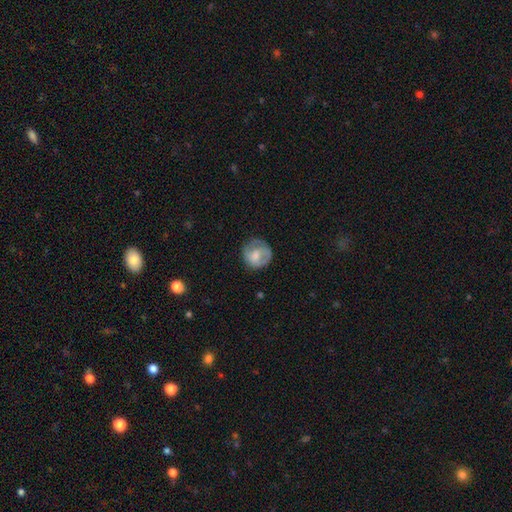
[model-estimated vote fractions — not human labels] Smooth or featured? Predicted: smooth (p=0.53). How rounded? Predicted: round (p=0.86). Merging? Predicted: none (p=0.67).